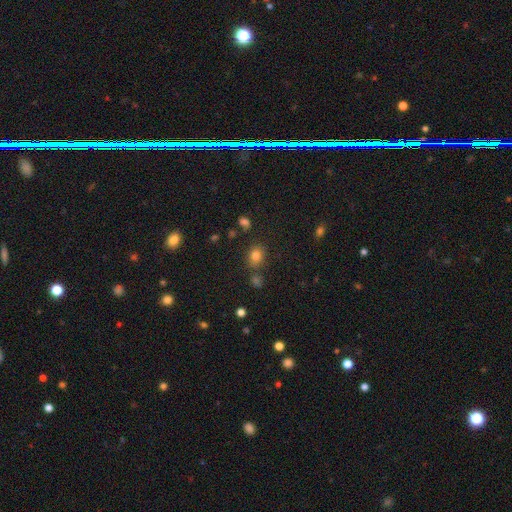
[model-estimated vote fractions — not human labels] Smooth or featured? Predicted: smooth (p=0.80). How rounded? Predicted: round (p=0.50). Merging? Predicted: none (p=0.74).